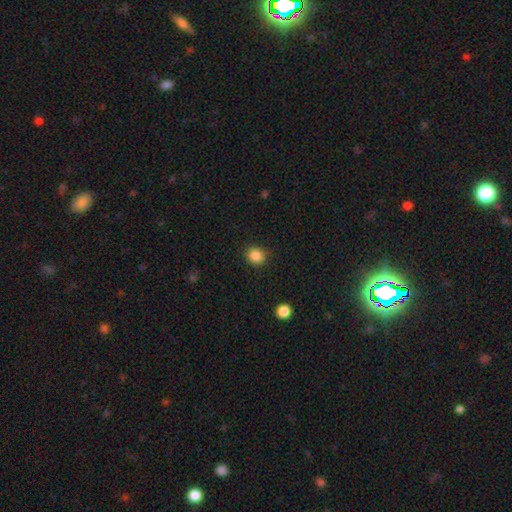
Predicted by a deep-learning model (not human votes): Smooth or featured? smooth (86%)
How rounded? round (80%)
Merging? none (89%)